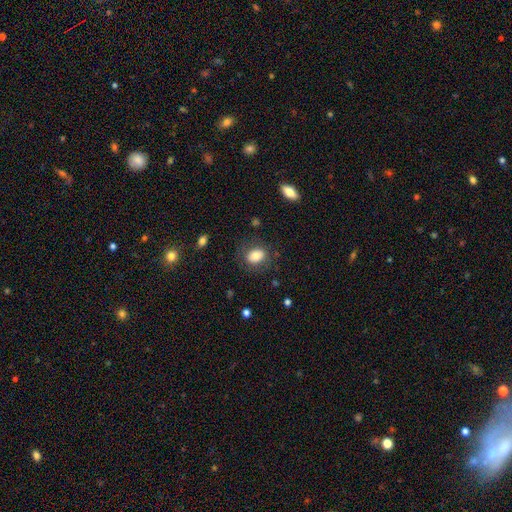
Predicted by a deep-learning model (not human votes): Overall: smooth (78%). How rounded: in between (63%; round 36%). Merging: none (78%).